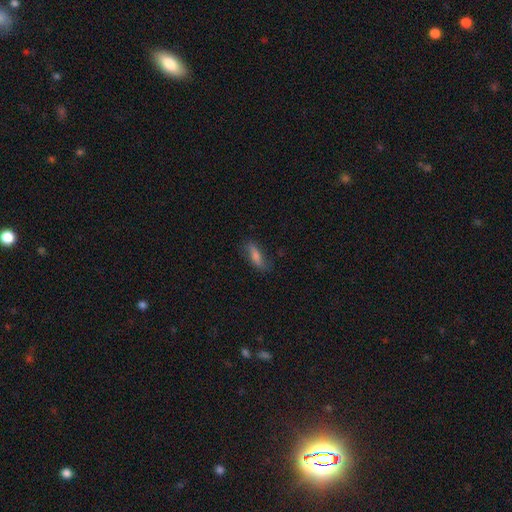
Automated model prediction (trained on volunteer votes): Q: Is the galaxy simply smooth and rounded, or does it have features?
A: smooth — 64%.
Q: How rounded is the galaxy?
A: cigar-shaped — 51%.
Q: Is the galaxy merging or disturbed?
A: none — 75%.